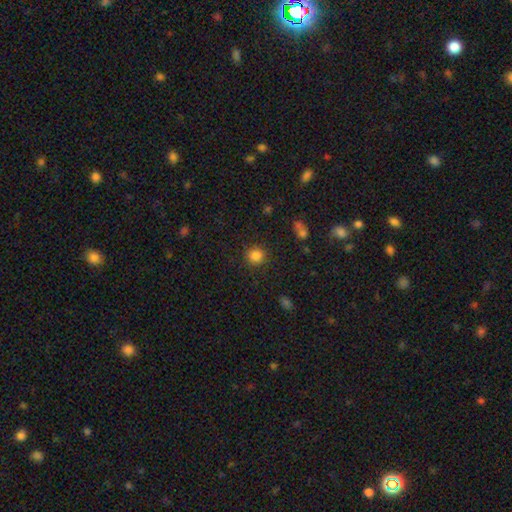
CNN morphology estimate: Smooth or featured: smooth — 84% (star or artifact — 12%)
How rounded: round — 90% (in between — 9%)
Merging: none — 88% (minor disturbance — 7%)